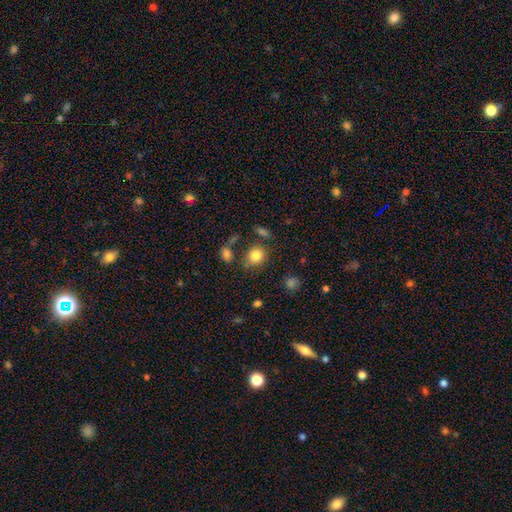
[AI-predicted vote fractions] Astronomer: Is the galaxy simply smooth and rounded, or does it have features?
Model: smooth — 82%.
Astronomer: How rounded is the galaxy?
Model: round — 67%.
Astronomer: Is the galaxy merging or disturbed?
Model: none — 71%.